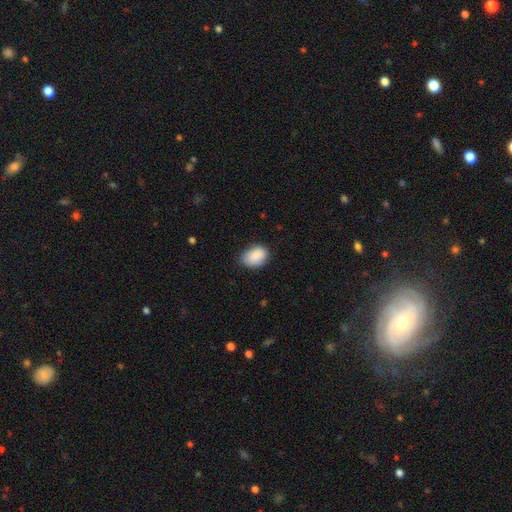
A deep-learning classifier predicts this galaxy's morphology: This appears to be a smooth galaxy with no disk features (87%) that is in between round and cigar-shaped (77%). Merging: none (71%).